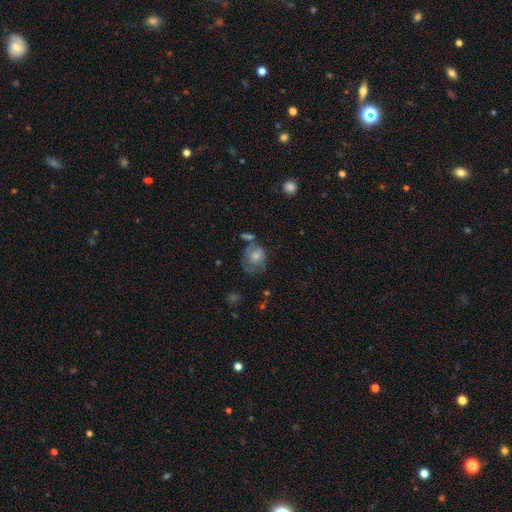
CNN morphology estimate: Smooth or featured?
  - smooth: 58% *
  - featured or disk: 33%
  - star or artifact: 9%
How rounded?
  - round: 62% *
  - in between: 37%
  - cigar-shaped: 1%
Merging?
  - none: 37% *
  - minor disturbance: 27%
  - major disturbance: 23%
  - merger: 13%